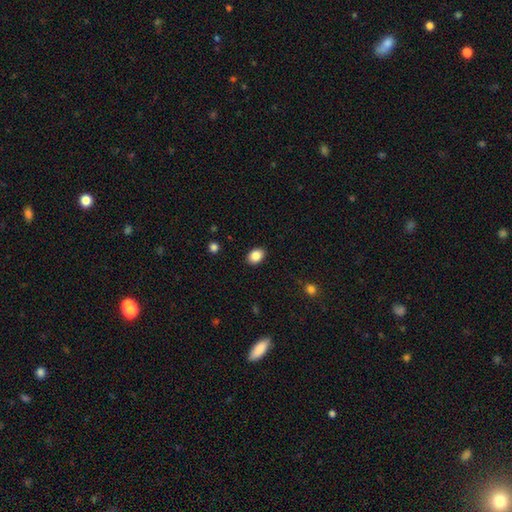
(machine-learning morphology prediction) Smooth or featured?
  - smooth: 87% *
  - star or artifact: 8%
  - featured or disk: 5%
How rounded?
  - in between: 74% *
  - round: 25%
  - cigar-shaped: 1%
Merging?
  - none: 90% *
  - minor disturbance: 7%
  - major disturbance: 2%
  - merger: 1%